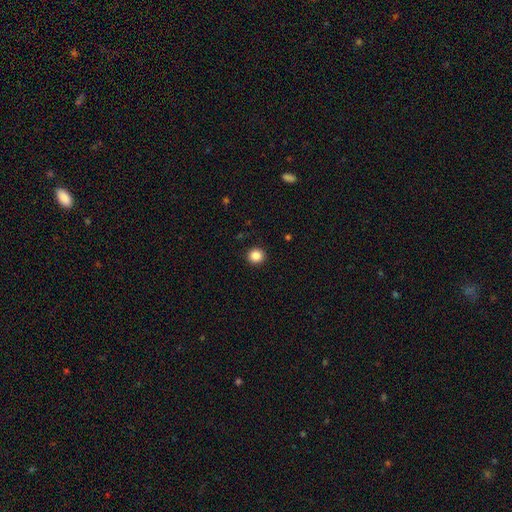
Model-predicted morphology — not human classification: The model was most divided on "smooth or featured": smooth: 87%, star or artifact: 10%, featured or disk: 3%. More confident: merging — none (92%); how rounded — round (92%).